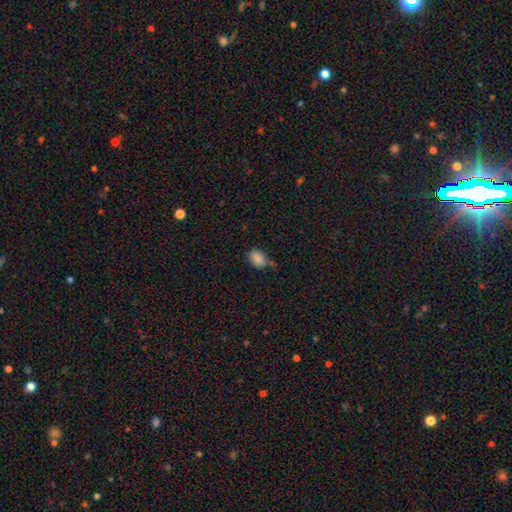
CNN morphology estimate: smooth-or-featured: smooth: 82% | star or artifact: 13% | featured or disk: 5%
  how-rounded: in between: 75% | round: 24% | cigar-shaped: 2%
  merging: none: 64% | minor disturbance: 21% | merger: 9% | major disturbance: 5%